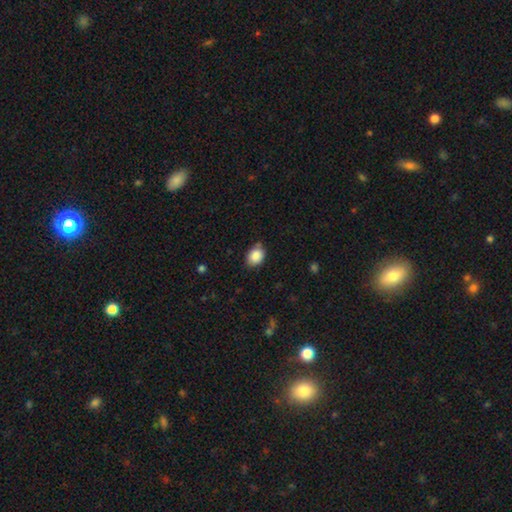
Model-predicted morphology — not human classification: smooth 87%, star or artifact 8%, featured or disk 5%. Down the decision tree: how rounded — in between (64%); merging — none (72%).